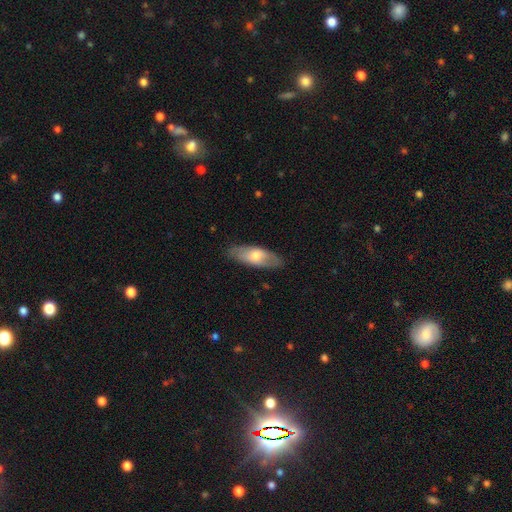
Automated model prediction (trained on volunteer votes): This appears to be a smooth galaxy with no disk features (58%) that is in between round and cigar-shaped (75%). Merging: none (84%).